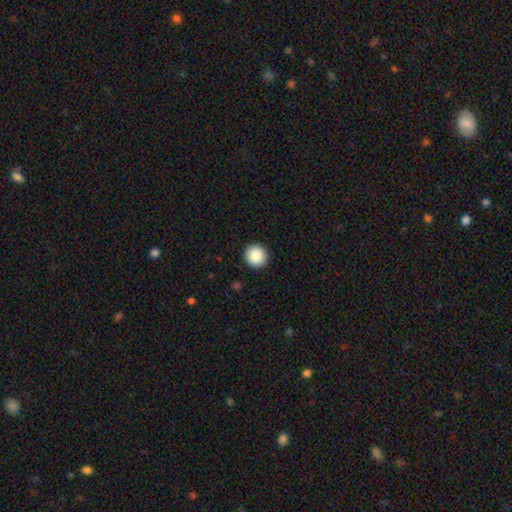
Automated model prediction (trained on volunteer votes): A smooth galaxy with no disk features (88%) that is round (94%).

Vote fractions:
- Smooth or featured? smooth: 88% / star or artifact: 8% / featured or disk: 4%
- How rounded? round: 94% / in between: 5% / cigar-shaped: 1%
- Merging? none: 93% / minor disturbance: 5% / major disturbance: 2% / merger: 1%